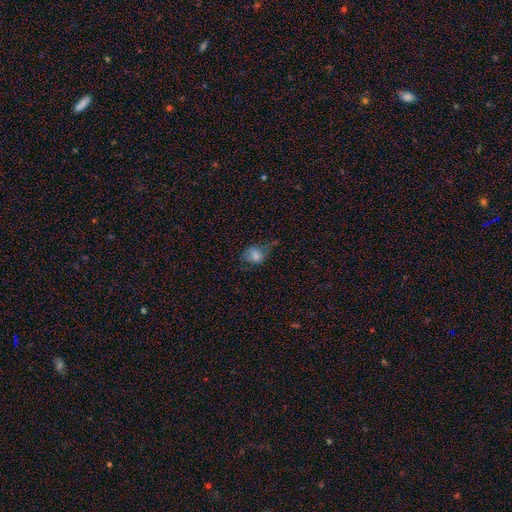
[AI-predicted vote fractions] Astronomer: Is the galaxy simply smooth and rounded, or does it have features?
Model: smooth — 67%.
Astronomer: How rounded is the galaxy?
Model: in between — 54% (runner-up: round, 45%).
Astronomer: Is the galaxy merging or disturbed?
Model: none — 43% (runner-up: minor disturbance, 30%).